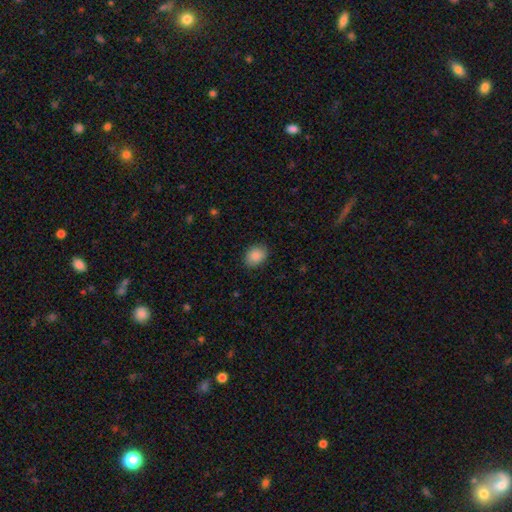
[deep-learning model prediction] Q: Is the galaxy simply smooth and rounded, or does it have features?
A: smooth — 88%.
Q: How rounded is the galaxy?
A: in between — 62%.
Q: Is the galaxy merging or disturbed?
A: none — 86%.